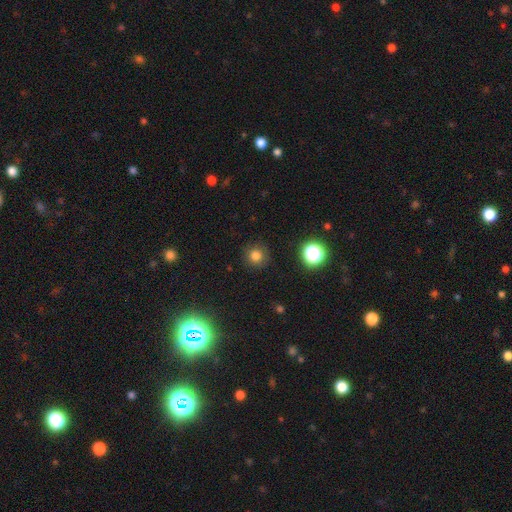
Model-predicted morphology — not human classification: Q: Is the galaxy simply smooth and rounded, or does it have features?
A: smooth — 78%.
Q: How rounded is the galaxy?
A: round — 94%.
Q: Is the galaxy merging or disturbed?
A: none — 89%.